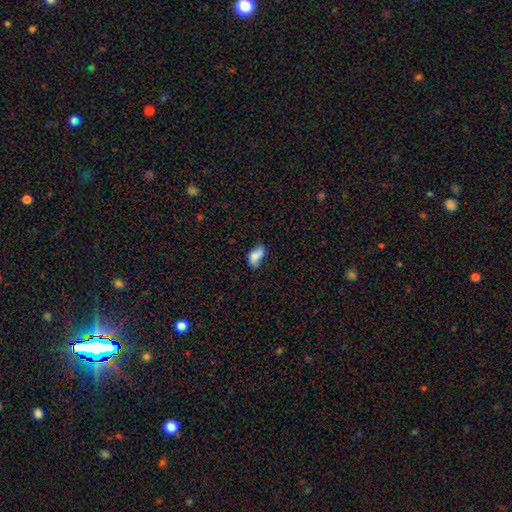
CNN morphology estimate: smooth-or-featured: smooth: 79% | featured or disk: 12% | star or artifact: 8%
  how-rounded: in between: 91% | round: 5% | cigar-shaped: 4%
  merging: none: 51% | minor disturbance: 34% | major disturbance: 10% | merger: 6%